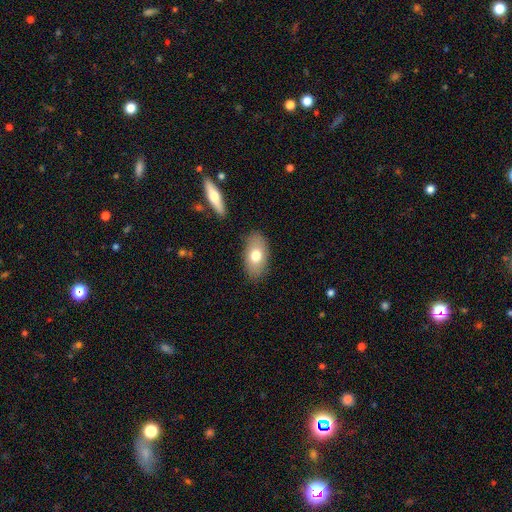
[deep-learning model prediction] Q: Smooth or featured?
A: smooth (73%); runner-up: featured or disk (20%)
Q: How rounded?
A: in between (92%); runner-up: round (6%)
Q: Merging?
A: none (84%); runner-up: minor disturbance (12%)